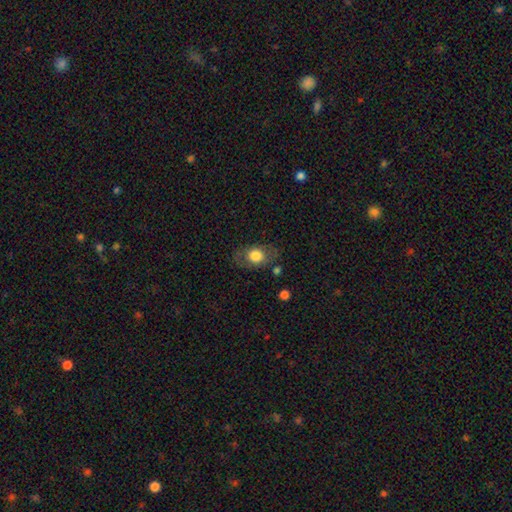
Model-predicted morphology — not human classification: A smooth galaxy with no disk features (70%) that is in between round and cigar-shaped (67%).

Vote fractions:
- Smooth or featured? smooth: 70% / featured or disk: 23% / star or artifact: 7%
- How rounded? in between: 67% / round: 31% / cigar-shaped: 2%
- Merging? none: 75% / minor disturbance: 16% / major disturbance: 7% / merger: 3%